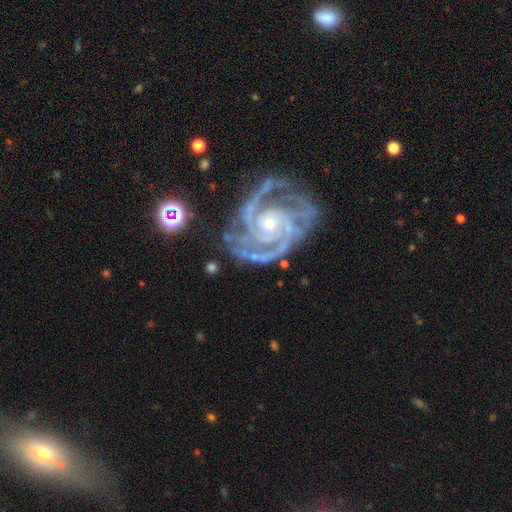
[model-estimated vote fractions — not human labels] The model was most divided on "spiral arm count": 3: 36%, 2: 31%, 4: 11%, can't tell: 9%, more than 4: 7%, 1: 6%. More confident: spiral arms — yes (99%); edge-on disk — no (98%); smooth or featured — featured or disk (93%); bar — no (70%); spiral winding — tight (69%); merging — none (68%); bulge size — small (55%).